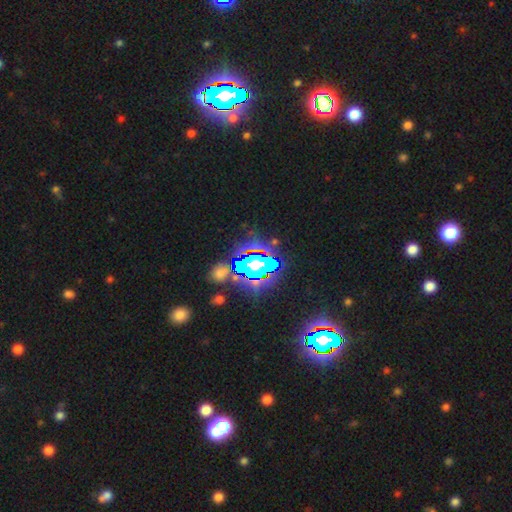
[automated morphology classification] This is likely a star or artifact rather than a galaxy (73%).